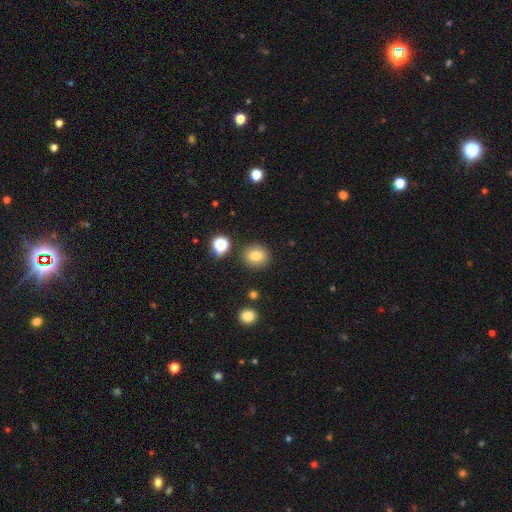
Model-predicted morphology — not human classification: This appears to be a smooth galaxy with no disk features (80%) that is round (80%). Merging: none (86%).